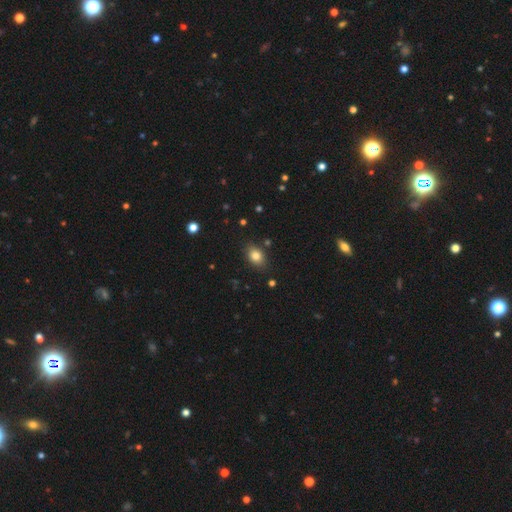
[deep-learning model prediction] Smooth or featured? Predicted: smooth (p=0.82). How rounded? Predicted: in between (p=0.73). Merging? Predicted: none (p=0.83).